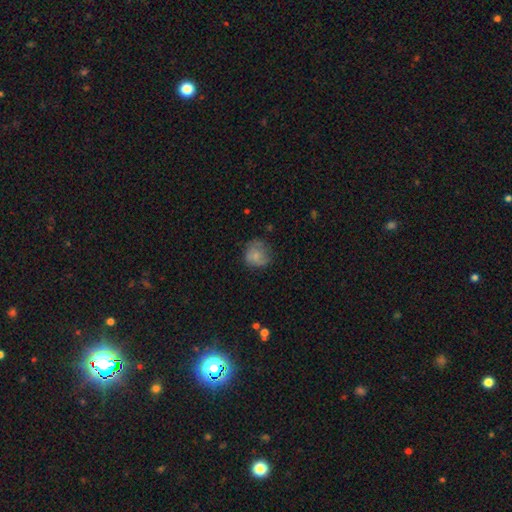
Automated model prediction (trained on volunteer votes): smooth_or_featured: smooth (p=0.72) [alt: featured or disk p=0.19]
how_rounded: round (p=0.80) [alt: in between p=0.19]
merging: none (p=0.60) [alt: minor disturbance p=0.26]